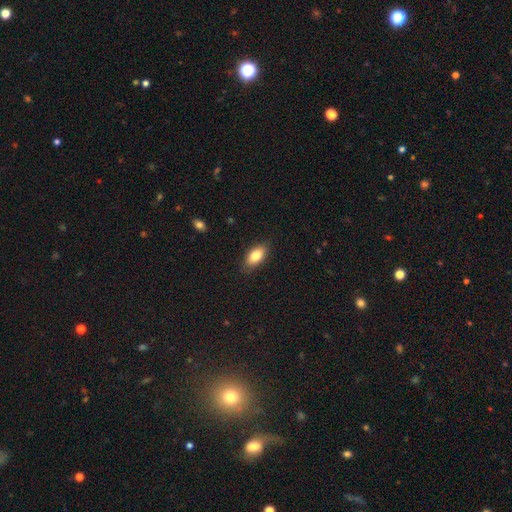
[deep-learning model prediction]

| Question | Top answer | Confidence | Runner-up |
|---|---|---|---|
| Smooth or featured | smooth | 82% | featured or disk (11%) |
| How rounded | in between | 89% | cigar-shaped (7%) |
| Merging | none | 85% | minor disturbance (11%) |